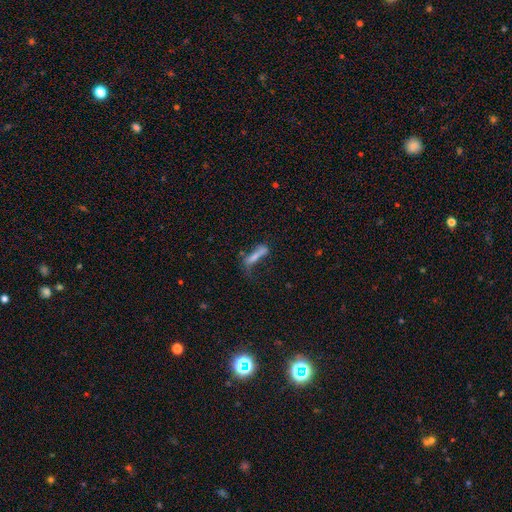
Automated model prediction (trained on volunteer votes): Smooth or featured?
  - smooth: 64% *
  - featured or disk: 25%
  - star or artifact: 11%
How rounded?
  - cigar-shaped: 77% *
  - in between: 20%
  - round: 2%
Merging?
  - none: 36% *
  - major disturbance: 28%
  - minor disturbance: 22%
  - merger: 14%